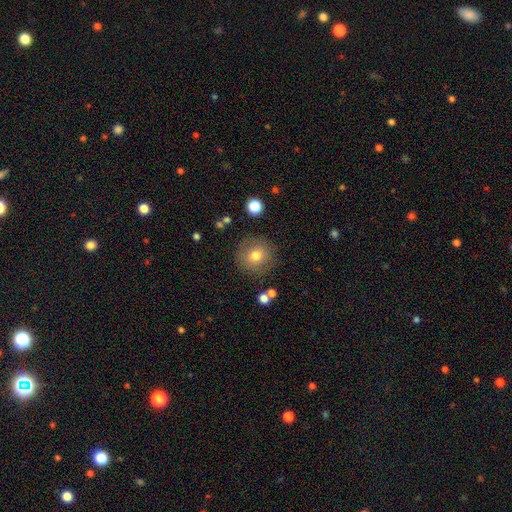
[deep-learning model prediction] Smooth or featured: smooth — 75% (featured or disk — 15%)
How rounded: round — 93% (in between — 6%)
Merging: none — 83% (minor disturbance — 10%)